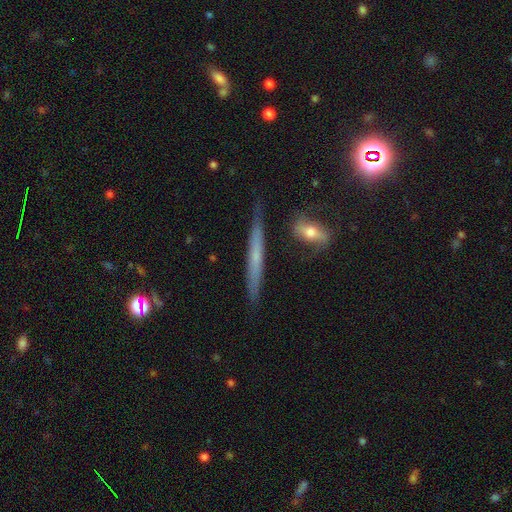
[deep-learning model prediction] Smooth or featured: featured or disk — 51% (smooth — 40%)
Edge-on disk: yes — 92% (no — 8%)
Merging: none — 80% (minor disturbance — 14%)